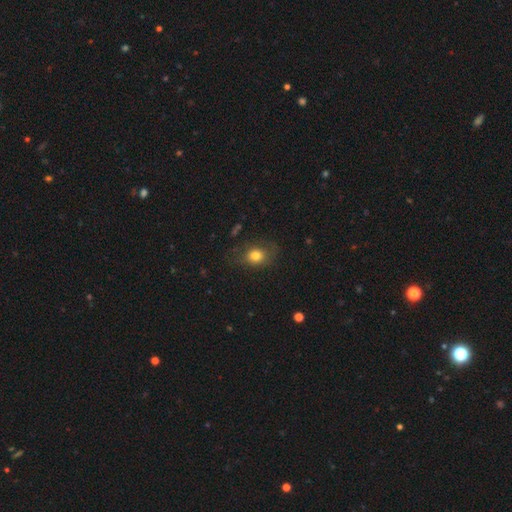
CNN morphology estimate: smooth 76%, featured or disk 14%, star or artifact 10%. Down the decision tree: how rounded — round (52%); merging — none (67%).